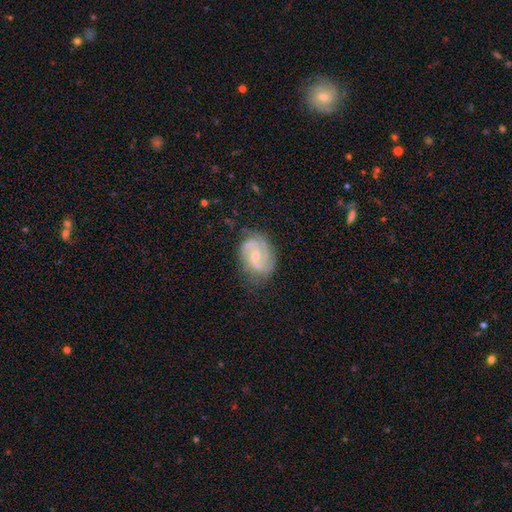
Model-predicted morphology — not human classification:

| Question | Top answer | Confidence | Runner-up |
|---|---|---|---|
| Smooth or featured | featured or disk | 86% | smooth (9%) |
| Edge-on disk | no | 98% | yes (2%) |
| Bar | no | 48% | weak (43%) |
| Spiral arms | yes | 97% | no (3%) |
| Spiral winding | tight | 57% | medium (35%) |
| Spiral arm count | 2 | 56% | 3 (20%) |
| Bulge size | small | 53% | moderate (42%) |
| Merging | none | 71% | minor disturbance (20%) |